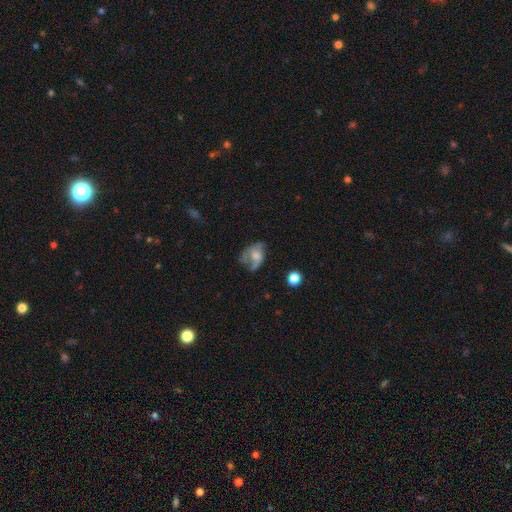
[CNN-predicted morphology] featured or disk 53%, smooth 37%, star or artifact 11%. Down the decision tree: edge-on disk — no (97%); bar — no (74%); spiral arms — yes (59%); bulge size — moderate (36%); merging — none (37%).